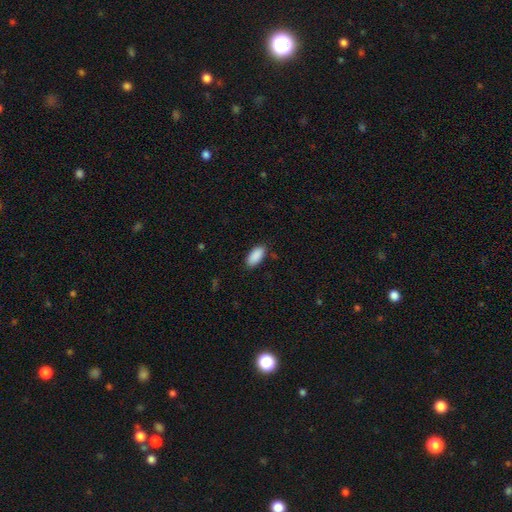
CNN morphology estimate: The model was most divided on "merging": none: 86%, minor disturbance: 11%, major disturbance: 2%, merger: 1%. More confident: how rounded — in between (92%); smooth or featured — smooth (91%).